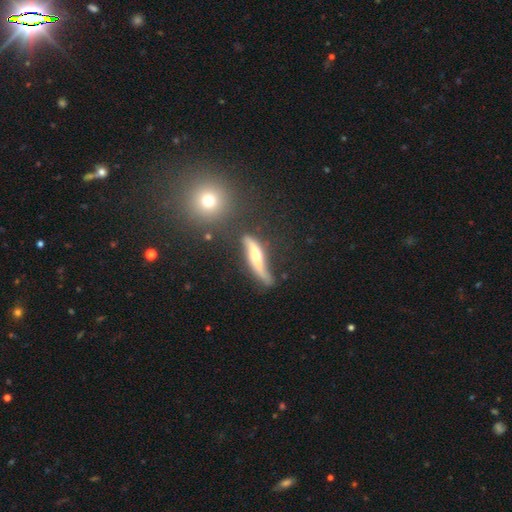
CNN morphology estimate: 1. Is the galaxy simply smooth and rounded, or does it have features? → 72% featured or disk, 21% smooth, 8% star or artifact.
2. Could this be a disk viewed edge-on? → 61% yes, 39% no.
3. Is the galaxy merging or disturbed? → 50% none, 24% minor disturbance, 16% major disturbance, 9% merger.